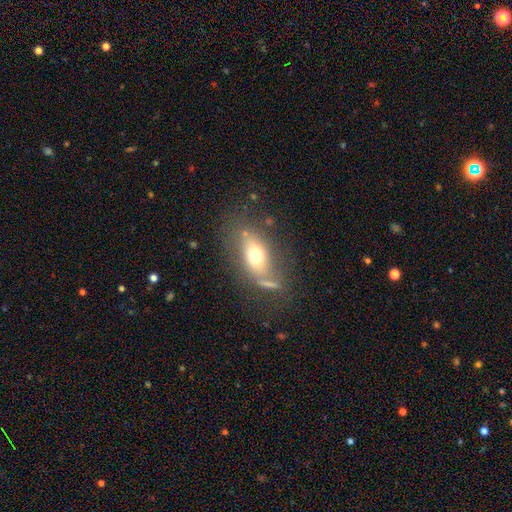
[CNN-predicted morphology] This is likely a smooth galaxy (65%). How rounded: likely in between (79%). Merging: possibly none (60%).